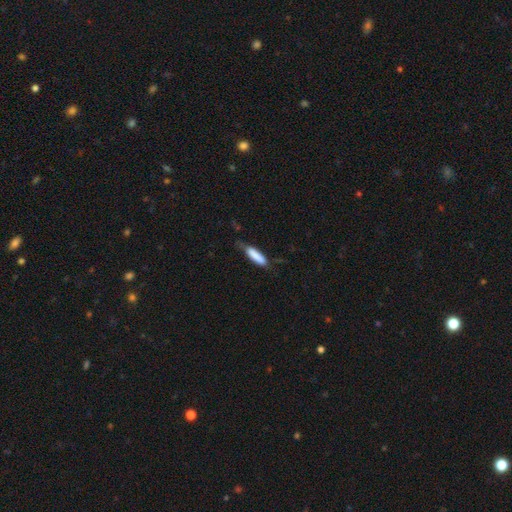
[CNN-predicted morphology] Smooth or featured? Predicted: smooth (p=0.82). How rounded? Predicted: cigar-shaped (p=0.71). Merging? Predicted: none (p=0.52).